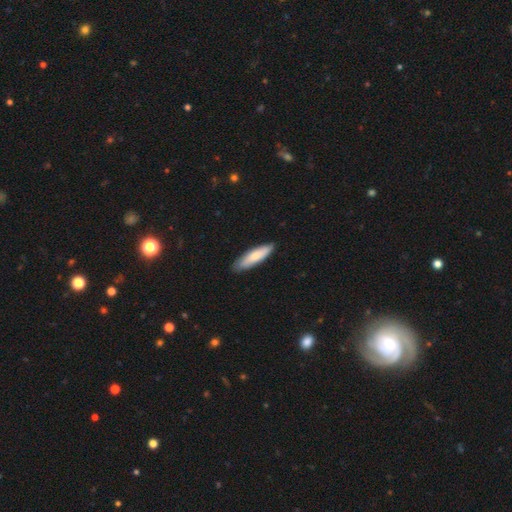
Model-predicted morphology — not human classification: smooth-or-featured: smooth: 71% | featured or disk: 24% | star or artifact: 5%
  how-rounded: cigar-shaped: 60% | in between: 38% | round: 2%
  merging: none: 84% | minor disturbance: 13% | major disturbance: 2% | merger: 1%